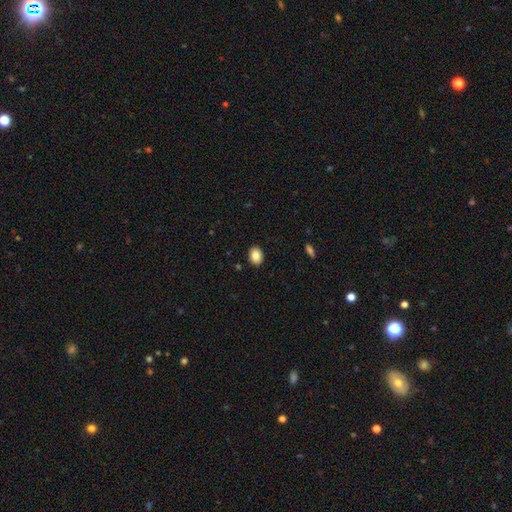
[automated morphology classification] smooth-or-featured: smooth: 86% | star or artifact: 8% | featured or disk: 5%
  how-rounded: in between: 62% | round: 37% | cigar-shaped: 1%
  merging: none: 90% | minor disturbance: 7% | major disturbance: 2% | merger: 1%